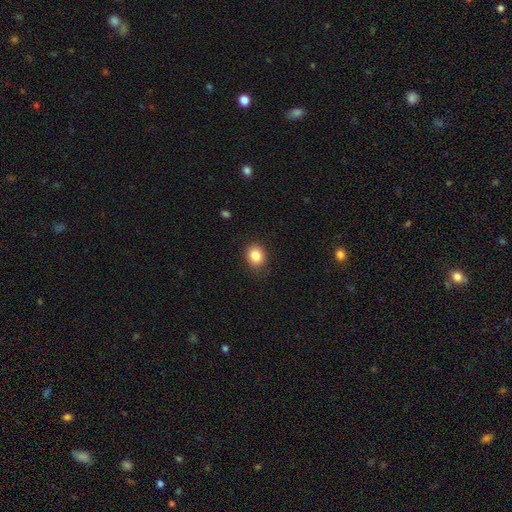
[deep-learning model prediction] smooth 85%, star or artifact 10%, featured or disk 5%. Down the decision tree: how rounded — round (65%); merging — none (86%).